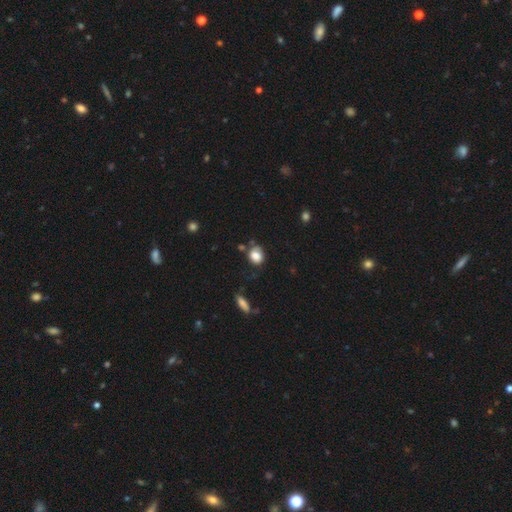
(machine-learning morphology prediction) A smooth galaxy with no disk features (83%) that is round (55%).

Vote fractions:
- Smooth or featured? smooth: 83% / star or artifact: 10% / featured or disk: 8%
- How rounded? round: 55% / in between: 44% / cigar-shaped: 1%
- Merging? none: 57% / minor disturbance: 25% / merger: 10% / major disturbance: 8%